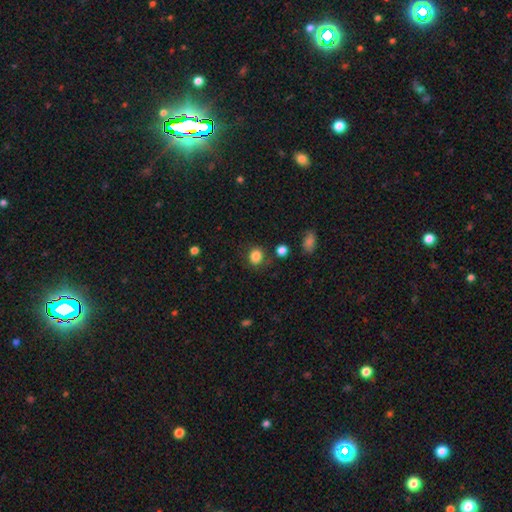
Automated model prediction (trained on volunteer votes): smooth_or_featured: smooth (p=0.84) [alt: star or artifact p=0.11]
how_rounded: round (p=0.74) [alt: in between p=0.25]
merging: none (p=0.79) [alt: minor disturbance p=0.12]